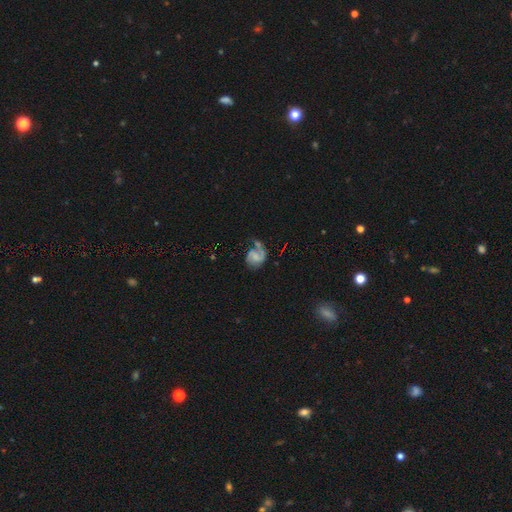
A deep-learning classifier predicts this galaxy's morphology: This is likely a featured or disk galaxy (72%). It is clearly not viewed edge-on (98%). Bar: marginally weak (44%). Spiral arm pattern: clearly yes (90%). Spiral arm count: possibly 2 (56%). Spiral winding: marginally medium (44%). Central bulge: marginally none (40%). Merging: marginally none (42%).